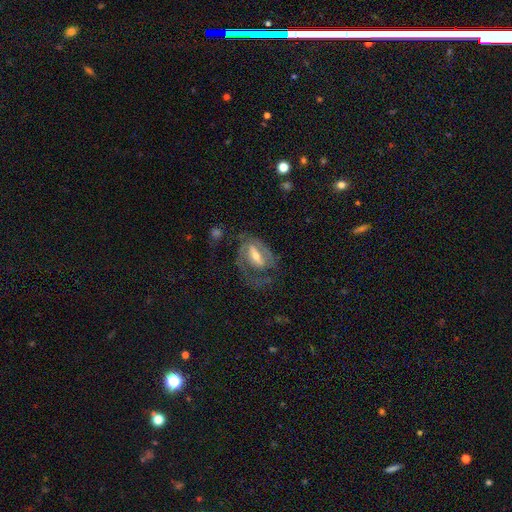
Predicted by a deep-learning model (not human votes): Overall: featured or disk (77%). Edge-on disk: no (92%). Bar: strong (48%; weak 34%). Spiral arms: yes (82%). Spiral arm count: 2 (61%). Spiral winding: medium (43%; tight 39%). Bulge size: moderate (51%; small 40%). Merging: none (50%; major disturbance 27%).